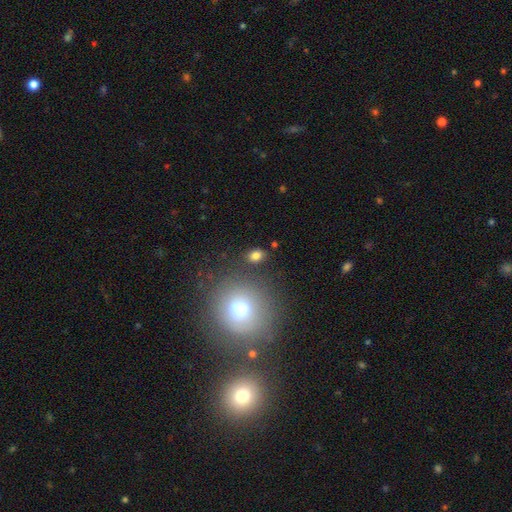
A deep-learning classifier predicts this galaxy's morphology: Smooth or featured?
  - smooth: 80% *
  - star or artifact: 13%
  - featured or disk: 7%
How rounded?
  - in between: 64% *
  - round: 34%
  - cigar-shaped: 2%
Merging?
  - none: 82% *
  - minor disturbance: 10%
  - merger: 5%
  - major disturbance: 3%